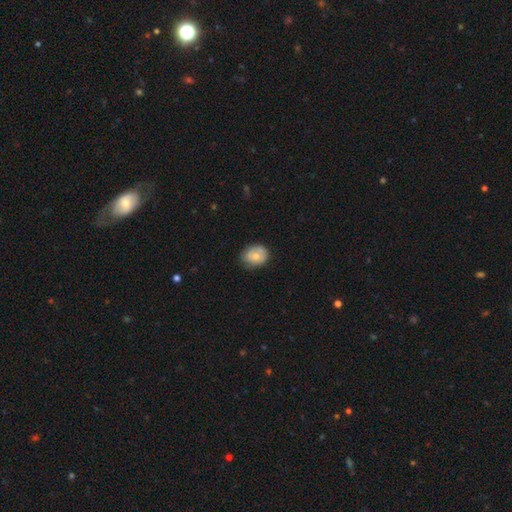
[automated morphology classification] smooth 63%, featured or disk 30%, star or artifact 8%. Down the decision tree: how rounded — round (55%); merging — none (65%).